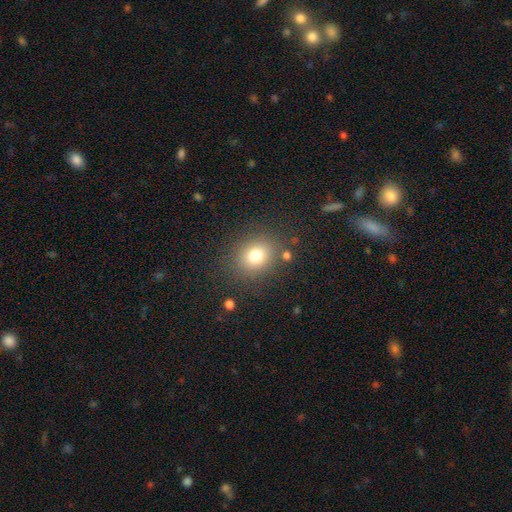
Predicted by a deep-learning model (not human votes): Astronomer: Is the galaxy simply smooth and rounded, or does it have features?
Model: smooth — 77%.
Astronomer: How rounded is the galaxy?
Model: round — 66%.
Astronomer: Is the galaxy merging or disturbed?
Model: none — 82%.